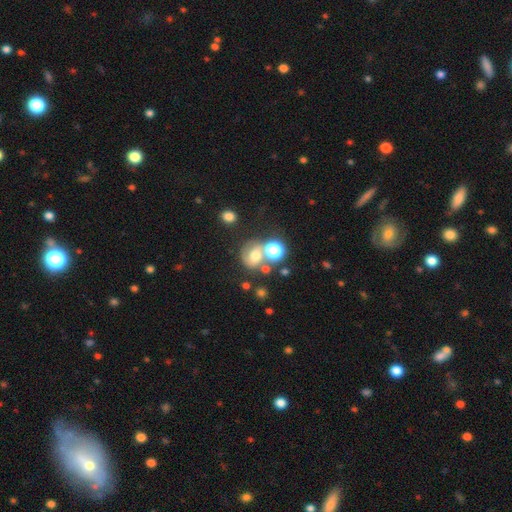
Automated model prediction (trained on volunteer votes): Morphology: type=smooth (47%); merging=none (43%).